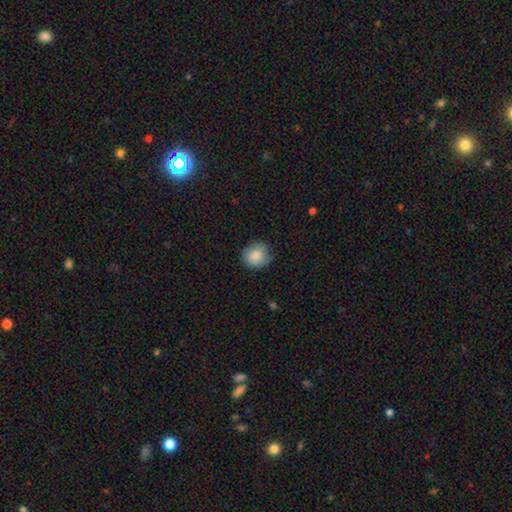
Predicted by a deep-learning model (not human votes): Overall: smooth (86%). How rounded: round (76%). Merging: none (76%).